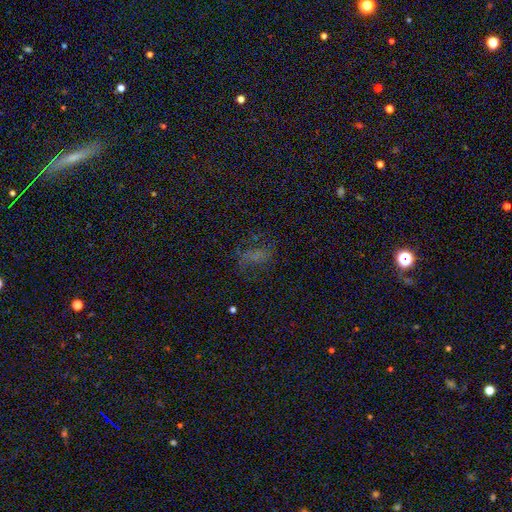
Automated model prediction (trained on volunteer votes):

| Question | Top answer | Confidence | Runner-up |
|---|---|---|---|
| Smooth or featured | smooth | 37% | star or artifact (36%) |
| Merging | none | 52% | major disturbance (24%) |